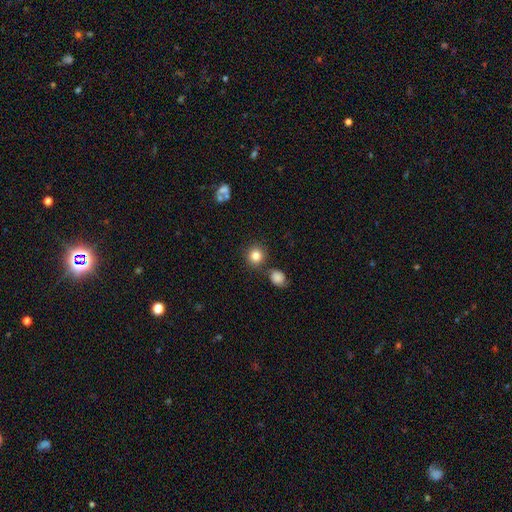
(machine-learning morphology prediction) Overall: smooth (83%). How rounded: round (88%). Merging: none (78%).